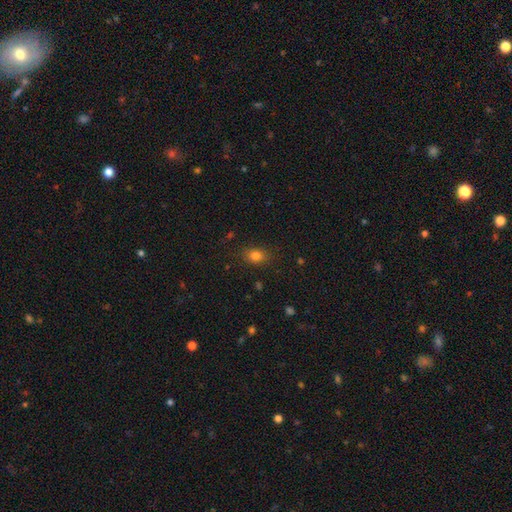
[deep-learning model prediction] Smooth or featured?
  - smooth: 81% *
  - star or artifact: 13%
  - featured or disk: 6%
How rounded?
  - in between: 61% *
  - round: 37%
  - cigar-shaped: 2%
Merging?
  - none: 83% *
  - minor disturbance: 12%
  - major disturbance: 4%
  - merger: 1%